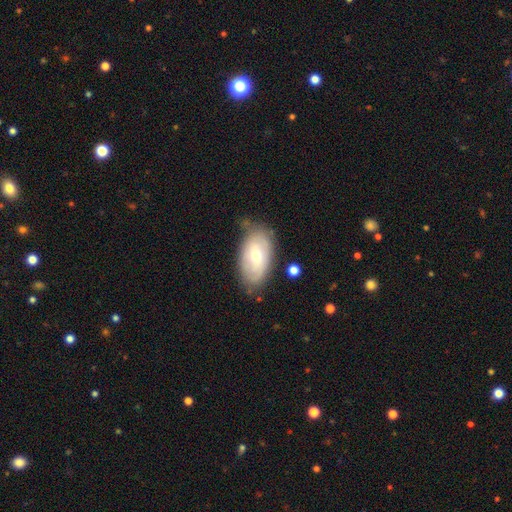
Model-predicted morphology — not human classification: Smooth or featured? Predicted: featured or disk (p=0.48). Merging? Predicted: none (p=0.70).